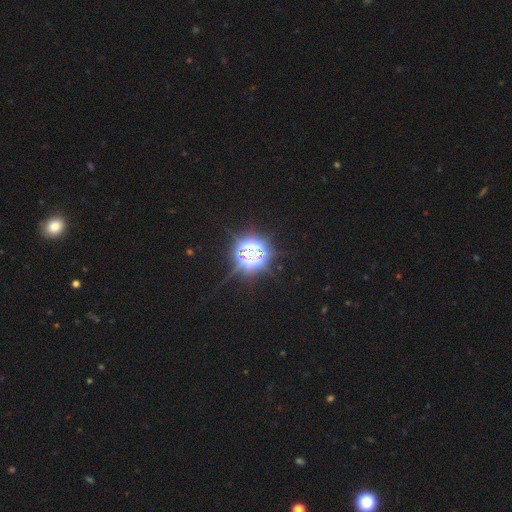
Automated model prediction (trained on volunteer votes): This appears to be a star or artifact, not a galaxy (71%).